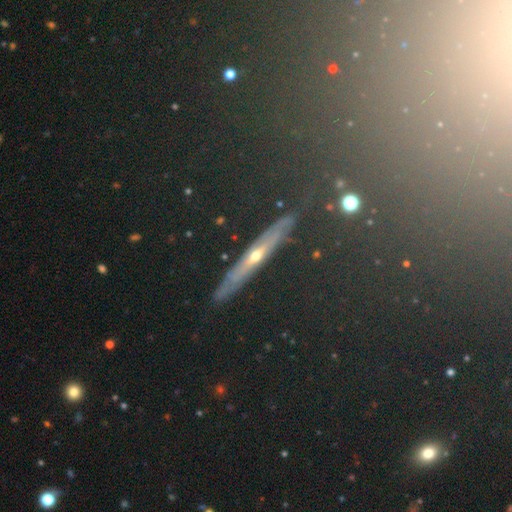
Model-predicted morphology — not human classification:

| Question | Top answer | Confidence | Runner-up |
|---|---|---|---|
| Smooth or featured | featured or disk | 51% | smooth (29%) |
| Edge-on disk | yes | 66% | no (34%) |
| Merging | none | 74% | minor disturbance (14%) |